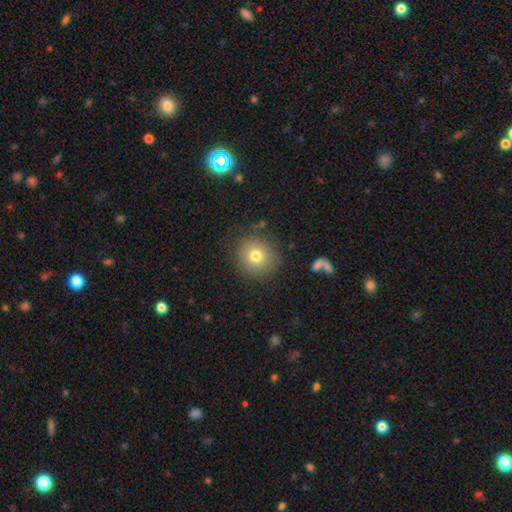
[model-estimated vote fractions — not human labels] A smooth galaxy with no disk features (76%) that is round (89%).

Vote fractions:
- Smooth or featured? smooth: 76% / featured or disk: 13% / star or artifact: 11%
- How rounded? round: 89% / in between: 11% / cigar-shaped: 1%
- Merging? none: 85% / minor disturbance: 10% / major disturbance: 4% / merger: 2%